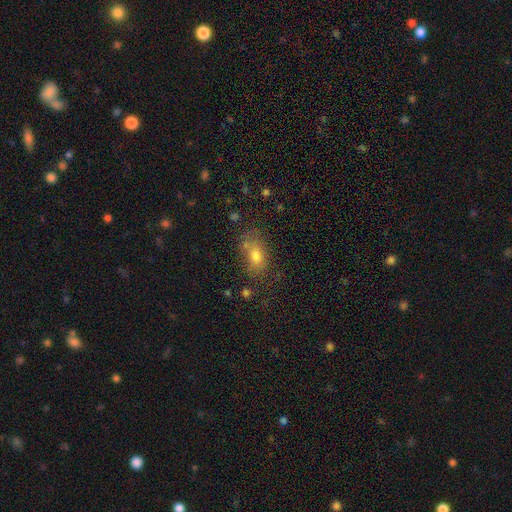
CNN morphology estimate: Smooth or featured: smooth — 72% (featured or disk — 15%)
How rounded: in between — 79% (round — 18%)
Merging: none — 61% (minor disturbance — 21%)